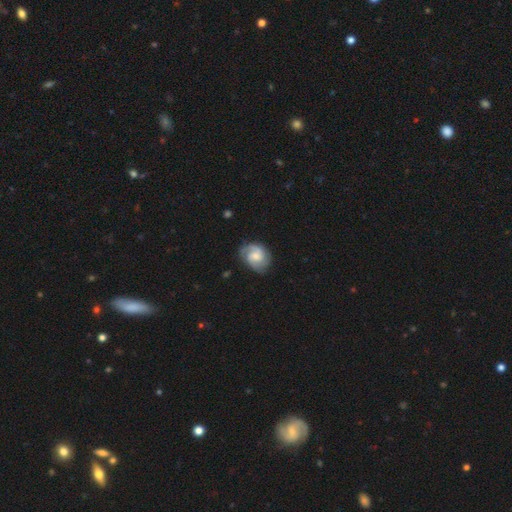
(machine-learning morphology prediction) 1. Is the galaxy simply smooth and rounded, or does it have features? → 74% featured or disk, 20% smooth, 6% star or artifact.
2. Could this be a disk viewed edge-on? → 98% no, 2% yes.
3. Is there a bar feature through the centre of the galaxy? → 54% no, 40% weak, 6% strong.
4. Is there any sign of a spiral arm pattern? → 95% yes, 5% no.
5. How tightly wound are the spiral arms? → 44% medium, 39% tight, 16% loose.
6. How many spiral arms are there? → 61% 2, 14% 3, 13% can't tell, 7% 1, 2% 4, 2% more than 4.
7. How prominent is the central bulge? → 47% moderate, 40% small, 6% large, 6% none, 1% dominant.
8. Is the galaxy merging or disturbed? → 73% none, 19% minor disturbance, 7% major disturbance, 1% merger.